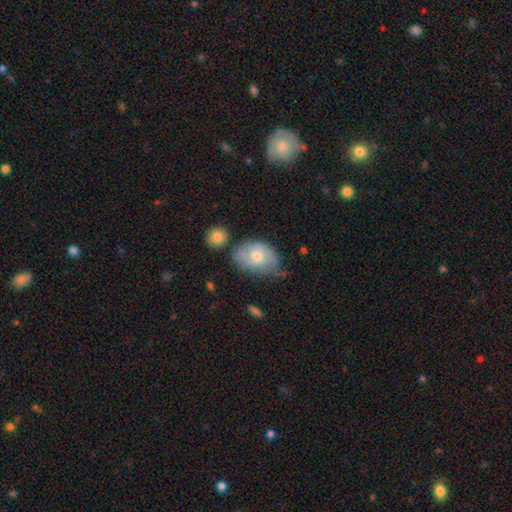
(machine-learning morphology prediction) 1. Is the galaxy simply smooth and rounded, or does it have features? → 48% smooth, 45% featured or disk, 8% star or artifact.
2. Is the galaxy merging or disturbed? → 48% none, 33% minor disturbance, 10% major disturbance, 8% merger.